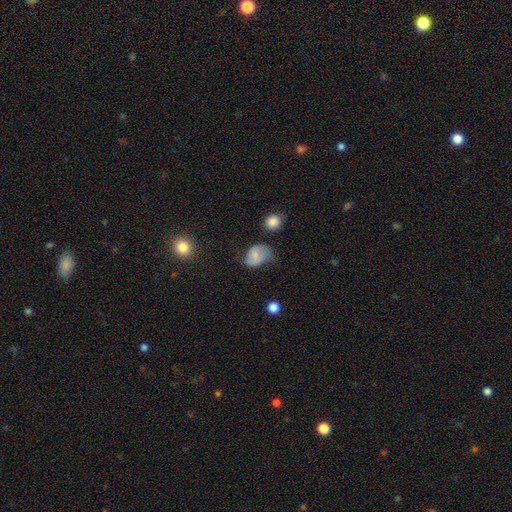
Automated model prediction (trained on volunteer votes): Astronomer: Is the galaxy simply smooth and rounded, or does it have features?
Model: smooth — 52% (runner-up: featured or disk, 39%).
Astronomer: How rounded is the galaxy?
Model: in between — 73%.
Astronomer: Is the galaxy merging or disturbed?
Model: none — 42% (runner-up: minor disturbance, 36%).